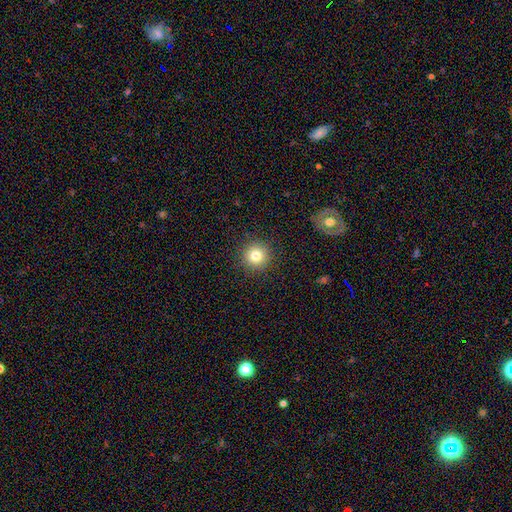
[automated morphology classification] type=smooth (79%); roundness=round (95%); merging=none (92%).